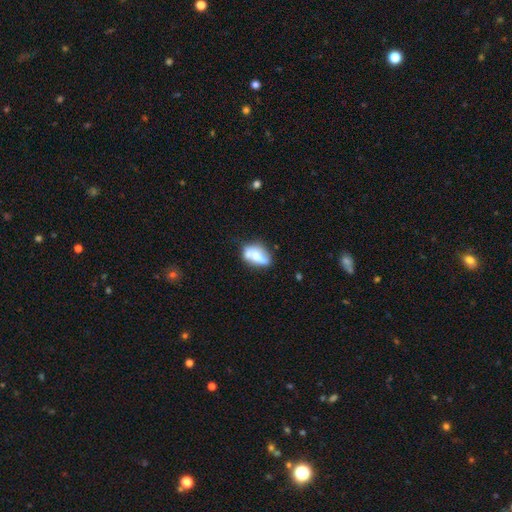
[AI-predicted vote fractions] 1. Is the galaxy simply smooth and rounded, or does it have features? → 50% smooth, 42% featured or disk, 8% star or artifact.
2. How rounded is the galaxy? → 81% in between, 10% cigar-shaped, 9% round.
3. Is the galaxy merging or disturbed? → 42% none, 25% minor disturbance, 20% merger, 12% major disturbance.